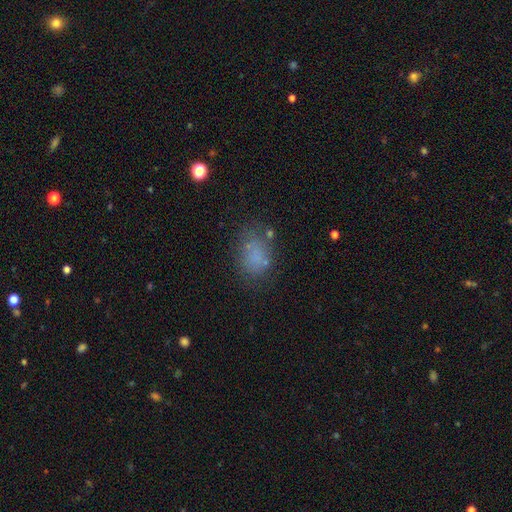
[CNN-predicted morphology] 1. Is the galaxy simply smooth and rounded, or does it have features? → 69% smooth, 16% featured or disk, 15% star or artifact.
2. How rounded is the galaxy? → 69% in between, 30% round, 2% cigar-shaped.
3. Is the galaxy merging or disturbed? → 64% none, 20% minor disturbance, 12% major disturbance, 5% merger.